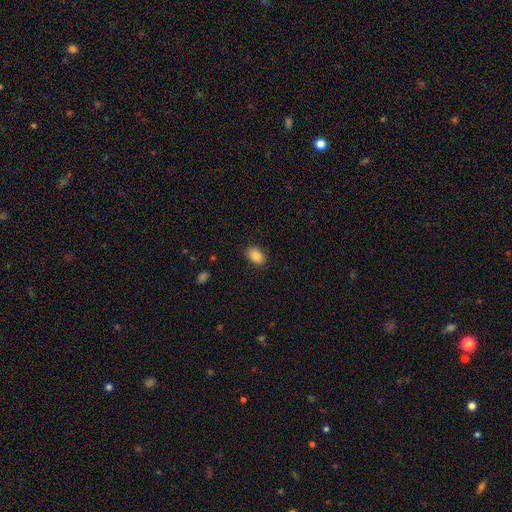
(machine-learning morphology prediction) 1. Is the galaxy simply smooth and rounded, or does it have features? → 88% smooth, 8% star or artifact, 4% featured or disk.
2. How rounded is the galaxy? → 87% in between, 12% round, 1% cigar-shaped.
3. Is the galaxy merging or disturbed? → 87% none, 9% minor disturbance, 2% major disturbance, 1% merger.